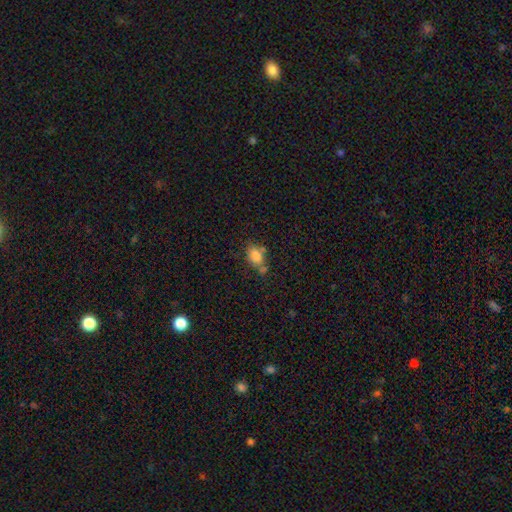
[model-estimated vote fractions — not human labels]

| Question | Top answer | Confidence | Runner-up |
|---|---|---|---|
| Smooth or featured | smooth | 79% | featured or disk (11%) |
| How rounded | in between | 79% | round (18%) |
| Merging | none | 52% | minor disturbance (21%) |